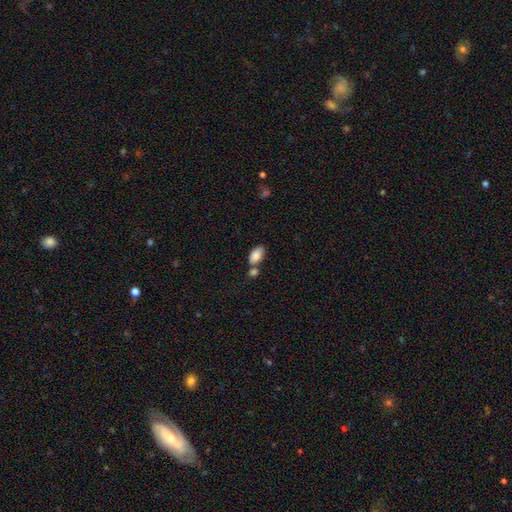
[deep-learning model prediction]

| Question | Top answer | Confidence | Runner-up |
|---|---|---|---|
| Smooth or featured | smooth | 85% | featured or disk (7%) |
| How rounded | in between | 93% | round (5%) |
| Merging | none | 51% | merger (32%) |